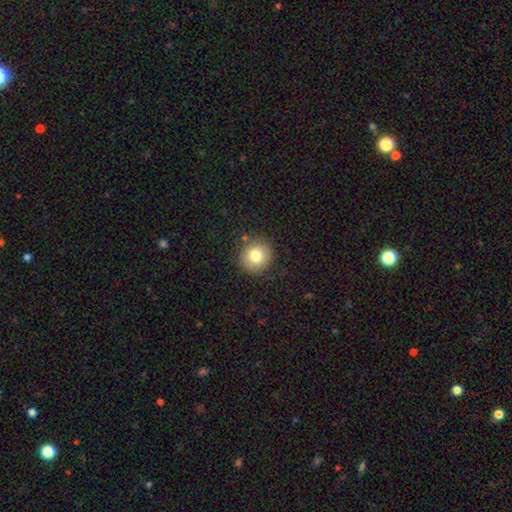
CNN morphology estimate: Smooth or featured? smooth (79%)
How rounded? round (92%)
Merging? none (85%)